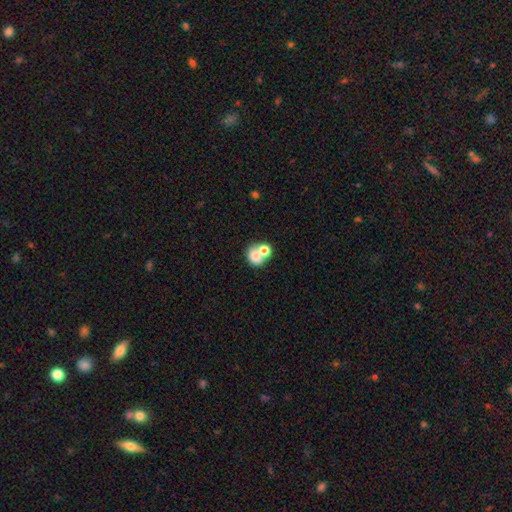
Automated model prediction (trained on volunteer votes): Smooth or featured?
  - smooth: 73% *
  - featured or disk: 16%
  - star or artifact: 11%
How rounded?
  - round: 61% *
  - in between: 38%
  - cigar-shaped: 1%
Merging?
  - merger: 55% *
  - none: 32%
  - minor disturbance: 8%
  - major disturbance: 5%